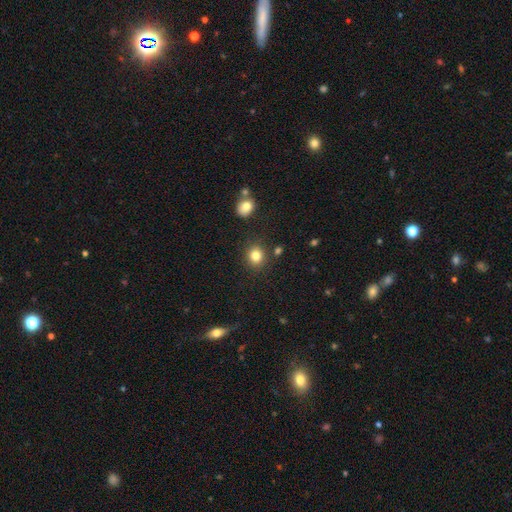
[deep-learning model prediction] Smooth or featured? Predicted: smooth (p=0.83). How rounded? Predicted: round (p=0.80). Merging? Predicted: none (p=0.85).